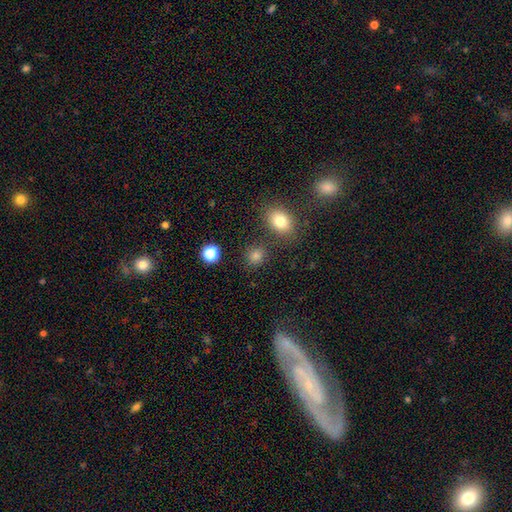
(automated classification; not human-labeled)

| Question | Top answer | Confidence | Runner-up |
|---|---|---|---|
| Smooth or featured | smooth | 79% | star or artifact (15%) |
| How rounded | round | 74% | in between (25%) |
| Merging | none | 81% | minor disturbance (9%) |